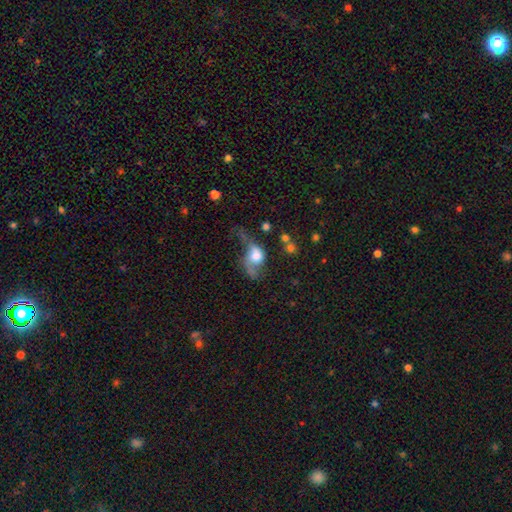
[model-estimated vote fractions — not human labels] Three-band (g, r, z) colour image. It shows a featured or disk galaxy (48%). Merging: major disturbance (47%).